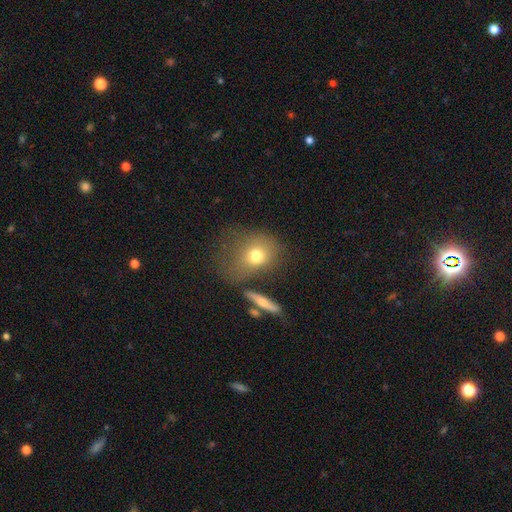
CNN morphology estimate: smooth_or_featured: smooth (p=0.71) [alt: featured or disk p=0.18]
how_rounded: round (p=0.54) [alt: in between p=0.43]
merging: none (p=0.47) [alt: major disturbance p=0.22]